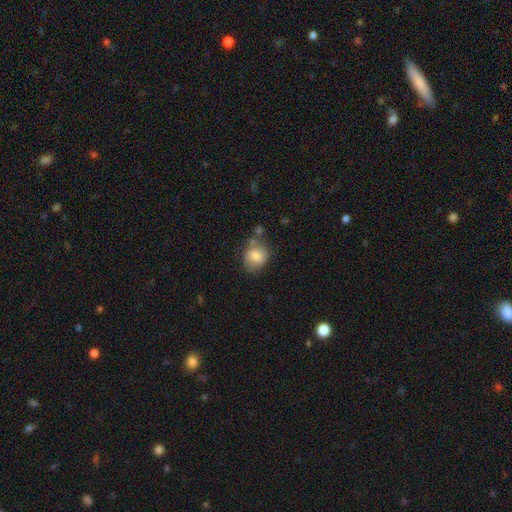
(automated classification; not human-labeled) Overall: smooth (79%). How rounded: round (63%; in between 36%). Merging: none (59%; minor disturbance 22%).